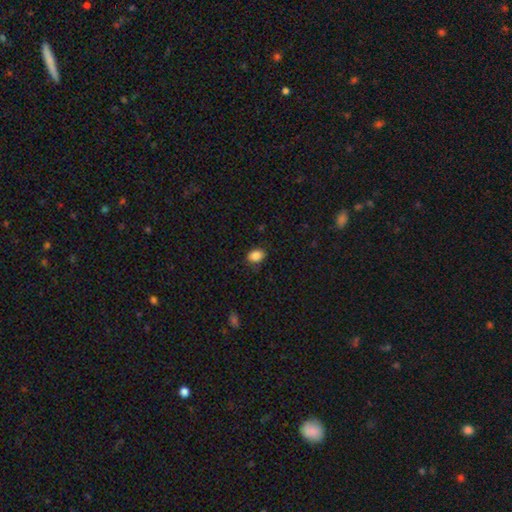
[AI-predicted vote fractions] Smooth or featured?
  - smooth: 88% *
  - star or artifact: 8%
  - featured or disk: 4%
How rounded?
  - in between: 80% *
  - round: 19%
  - cigar-shaped: 1%
Merging?
  - none: 81% *
  - minor disturbance: 15%
  - major disturbance: 3%
  - merger: 1%